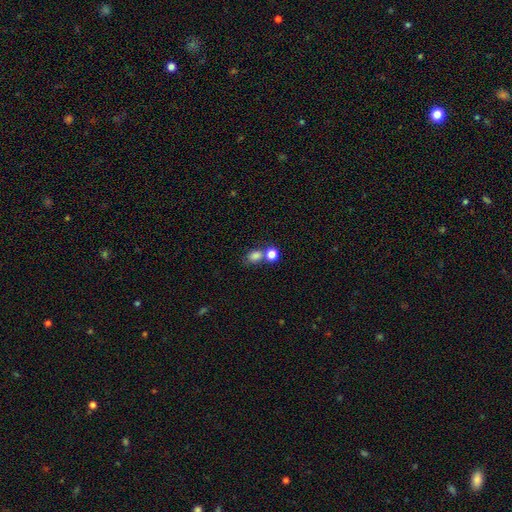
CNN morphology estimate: type=smooth (80%); roundness=in between (52%); merging=none (46%).